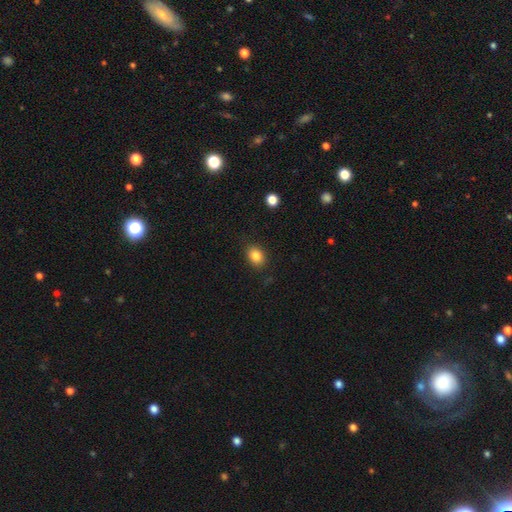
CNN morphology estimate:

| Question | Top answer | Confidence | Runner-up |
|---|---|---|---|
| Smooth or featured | smooth | 84% | star or artifact (10%) |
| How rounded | in between | 60% | round (39%) |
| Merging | none | 86% | minor disturbance (10%) |